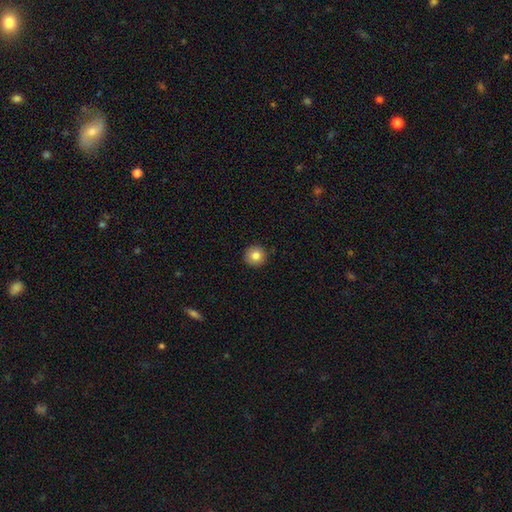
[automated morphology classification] The model was most divided on "smooth or featured": smooth: 83%, star or artifact: 9%, featured or disk: 8%. More confident: how rounded — round (95%); merging — none (89%).